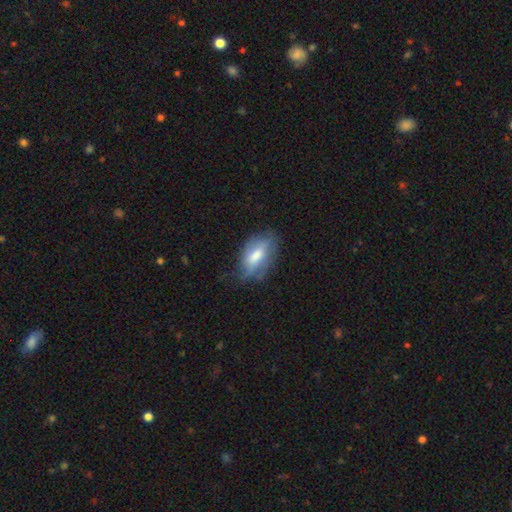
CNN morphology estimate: Smooth or featured? Predicted: smooth (p=0.56). How rounded? Predicted: in between (p=0.87). Merging? Predicted: none (p=0.49).